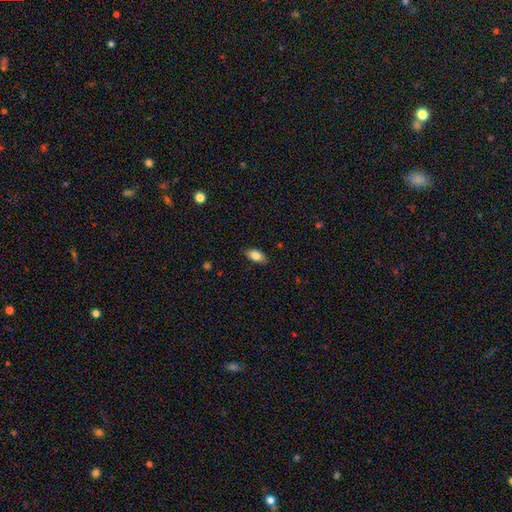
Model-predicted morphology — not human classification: A smooth galaxy with no disk features (83%) that is in between round and cigar-shaped (90%). Merging: none (84%).